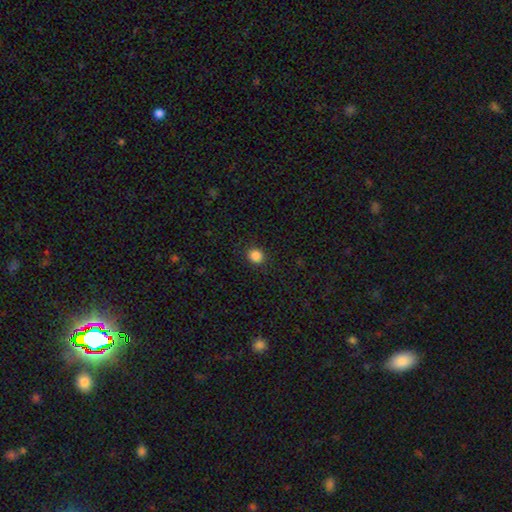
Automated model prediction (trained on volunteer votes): This is clearly a smooth galaxy (86%). How rounded: clearly round (85%). Merging: clearly none (91%).